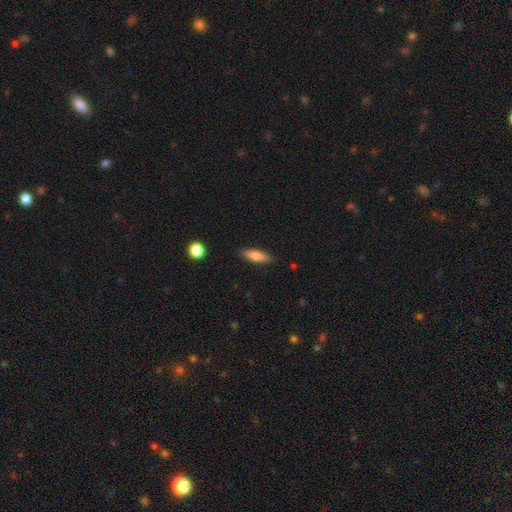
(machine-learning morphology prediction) Smooth or featured: smooth — 72% (featured or disk — 21%)
How rounded: cigar-shaped — 52% (in between — 46%)
Merging: none — 86% (minor disturbance — 10%)